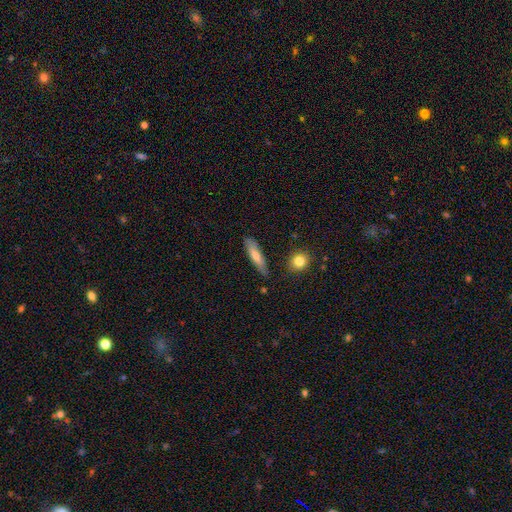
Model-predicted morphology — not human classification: Q: Smooth or featured?
A: smooth (67%); runner-up: featured or disk (26%)
Q: How rounded?
A: cigar-shaped (73%); runner-up: in between (25%)
Q: Merging?
A: none (79%); runner-up: minor disturbance (15%)